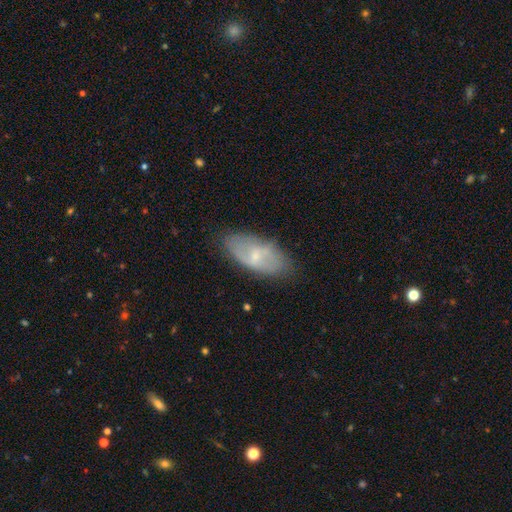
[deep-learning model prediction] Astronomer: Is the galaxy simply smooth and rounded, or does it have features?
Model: featured or disk — 51% (runner-up: smooth, 42%).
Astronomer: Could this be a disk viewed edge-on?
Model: no — 88%.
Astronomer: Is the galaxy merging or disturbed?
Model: none — 76%.